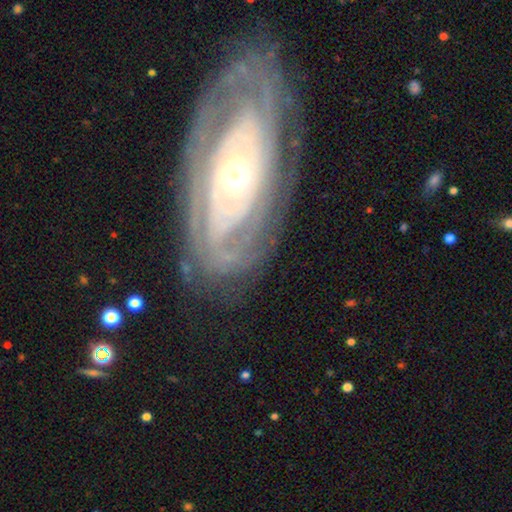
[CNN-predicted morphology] Smooth or featured?
  - featured or disk: 85% *
  - smooth: 9%
  - star or artifact: 6%
Edge-on disk?
  - no: 90% *
  - yes: 10%
Bar?
  - no: 76% *
  - weak: 15%
  - strong: 9%
Spiral arms?
  - yes: 89% *
  - no: 11%
Spiral winding?
  - tight: 79% *
  - medium: 16%
  - loose: 5%
Spiral arm count?
  - can't tell: 45% *
  - 2: 21%
  - 3: 12%
  - more than 4: 8%
  - 4: 8%
  - 1: 6%
Bulge size?
  - moderate: 50% *
  - small: 42%
  - large: 6%
  - dominant: 1%
  - none: 1%
Merging?
  - none: 79% *
  - minor disturbance: 14%
  - major disturbance: 6%
  - merger: 1%